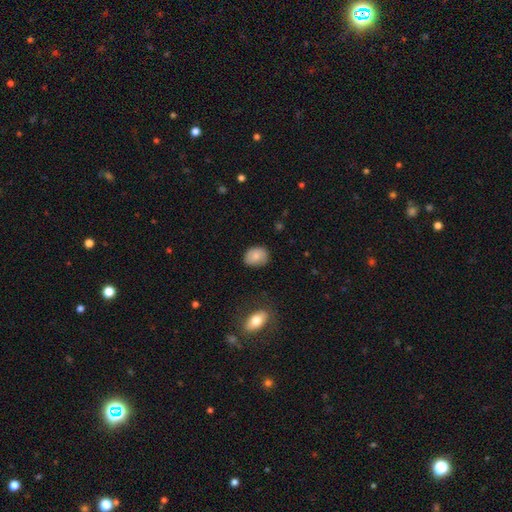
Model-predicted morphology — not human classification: smooth 82%, featured or disk 10%, star or artifact 8%. Down the decision tree: how rounded — in between (63%); merging — none (76%).